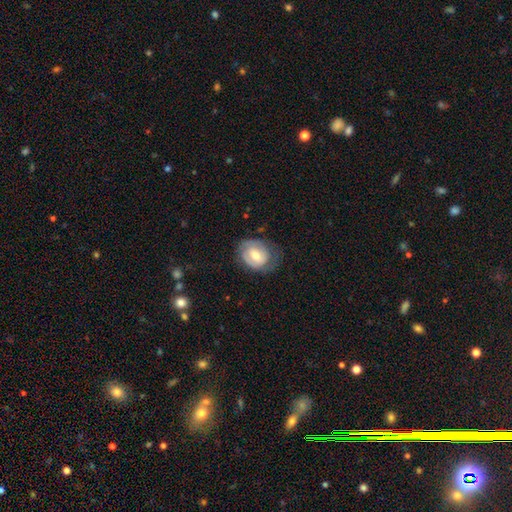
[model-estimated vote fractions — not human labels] smooth_or_featured: featured or disk (p=0.49) [alt: smooth p=0.45]
merging: none (p=0.58) [alt: minor disturbance p=0.27]